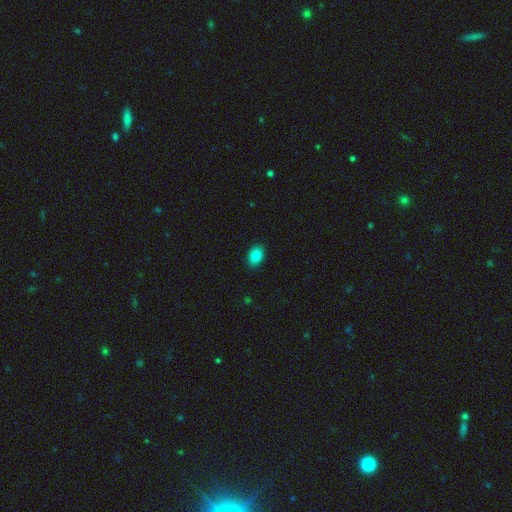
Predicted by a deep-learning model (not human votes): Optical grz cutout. It shows a smooth galaxy with no disk features (85%) that is in between round and cigar-shaped (78%). Merging: none (90%).